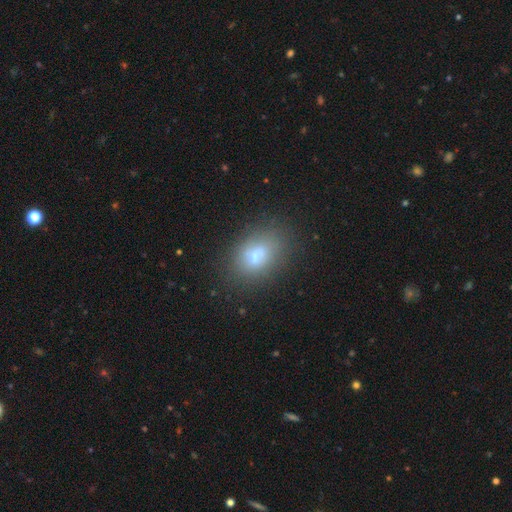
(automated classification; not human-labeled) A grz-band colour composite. It shows a smooth galaxy with no disk features (66%) that is in between round and cigar-shaped (79%). Merging: none (64%).